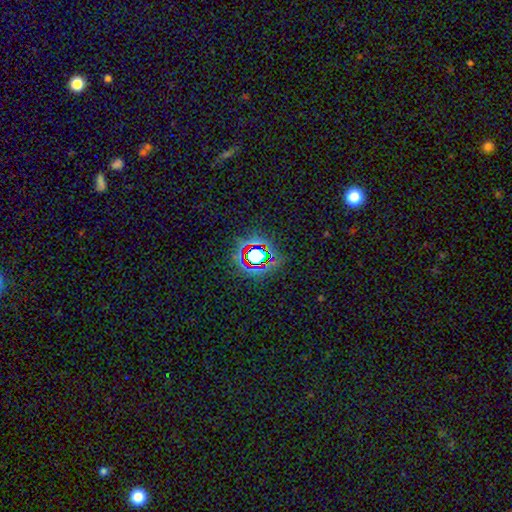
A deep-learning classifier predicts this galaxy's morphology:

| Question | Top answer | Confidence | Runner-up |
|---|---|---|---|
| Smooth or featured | star or artifact | 67% | smooth (22%) |